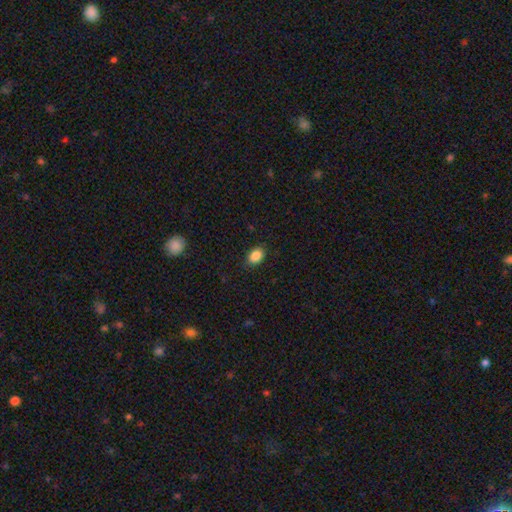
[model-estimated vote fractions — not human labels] A smooth galaxy with no disk features (87%) that is in between round and cigar-shaped (77%). Merging: none (87%).